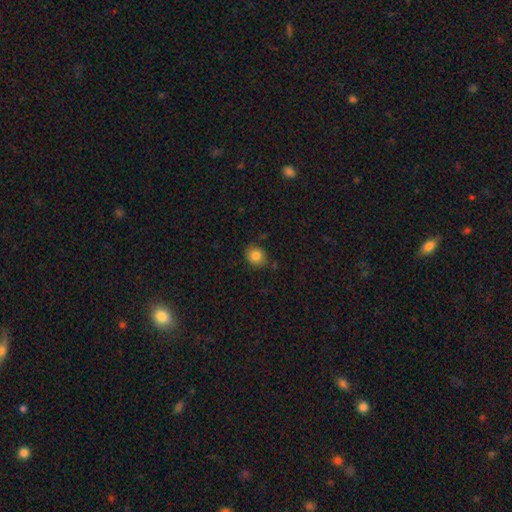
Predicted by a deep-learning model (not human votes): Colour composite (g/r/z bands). It shows a smooth galaxy with no disk features (83%) that is round (63%). Merging: none (77%).